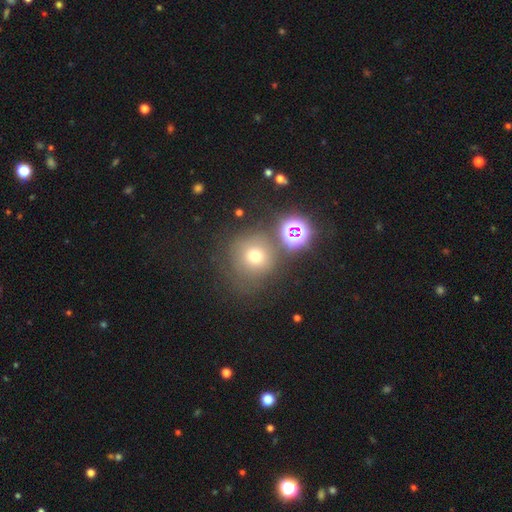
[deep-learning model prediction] The model was most divided on "smooth or featured": smooth: 60%, star or artifact: 27%, featured or disk: 13%. More confident: how rounded — round (90%); merging — none (67%).